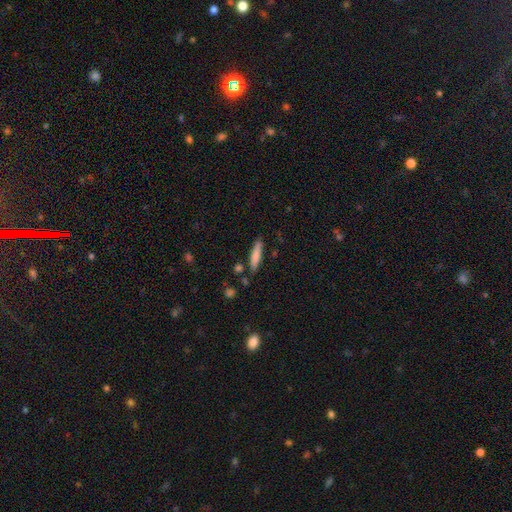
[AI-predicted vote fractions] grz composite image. It shows a smooth galaxy with no disk features (77%) that is cigar-shaped (86%). Merging: none (82%).